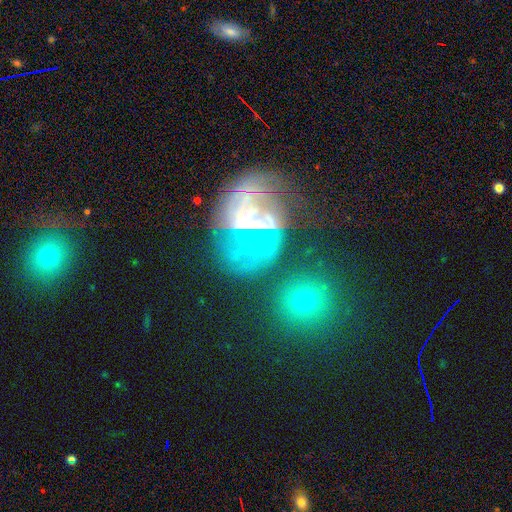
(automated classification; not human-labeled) Smooth or featured: featured or disk — 54% (star or artifact — 26%)
Edge-on disk: no — 96% (yes — 4%)
Bar: no — 60% (weak — 24%)
Spiral arms: yes — 58% (no — 42%)
Bulge size: none — 31% (small — 29%)
Merging: none — 46% (major disturbance — 26%)